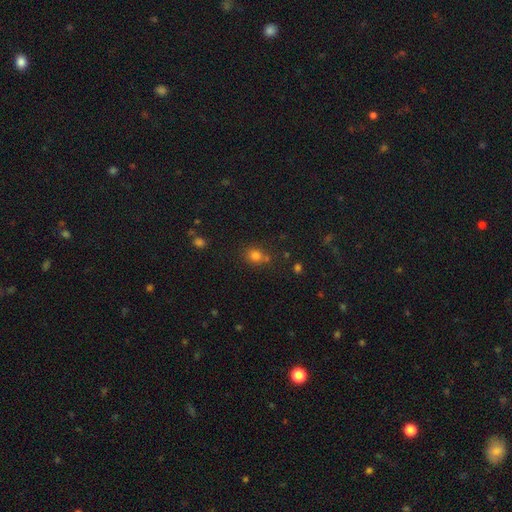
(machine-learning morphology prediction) Smooth or featured? Predicted: smooth (p=0.78). How rounded? Predicted: round (p=0.71). Merging? Predicted: none (p=0.63).